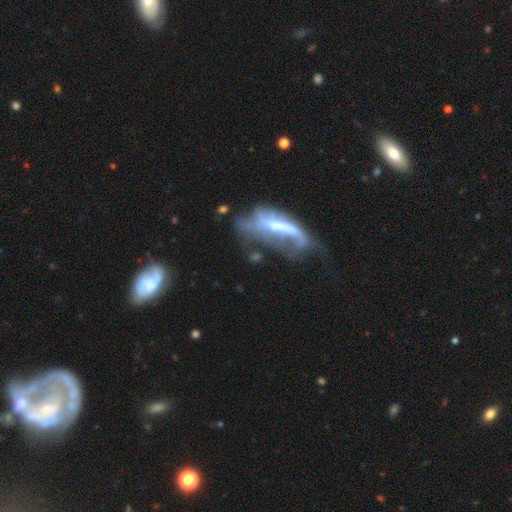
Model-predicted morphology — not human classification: A featured or disk galaxy (60%). Merging: major disturbance (41%).